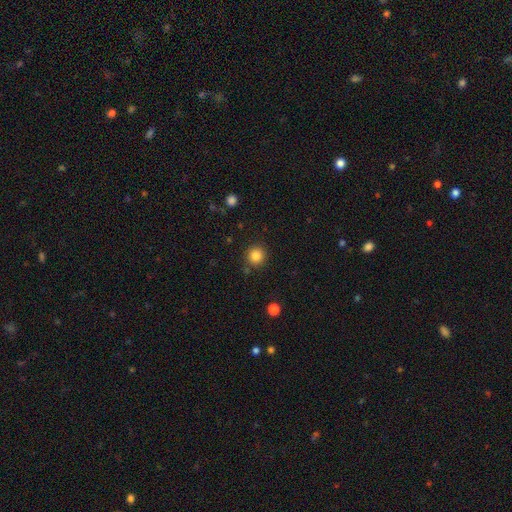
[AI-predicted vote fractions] Smooth or featured? Predicted: smooth (p=0.84). How rounded? Predicted: round (p=0.93). Merging? Predicted: none (p=0.86).